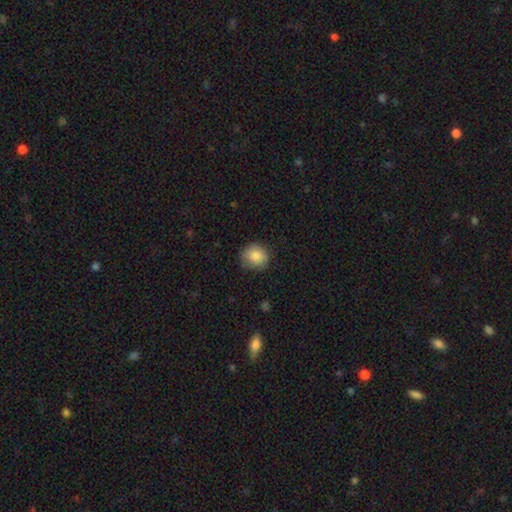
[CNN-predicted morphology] smooth-or-featured: smooth: 85% | star or artifact: 8% | featured or disk: 7%
  how-rounded: round: 82% | in between: 17% | cigar-shaped: 1%
  merging: none: 76% | minor disturbance: 19% | major disturbance: 4% | merger: 1%